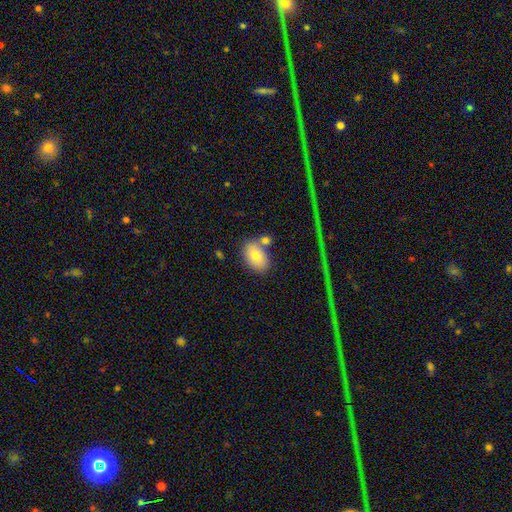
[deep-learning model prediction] The model was most divided on "merging": none: 62%, merger: 20%, minor disturbance: 14%, major disturbance: 4%. More confident: how rounded — in between (86%); smooth or featured — smooth (78%).